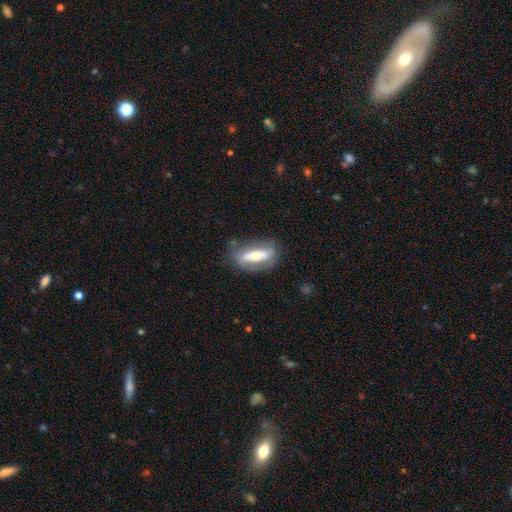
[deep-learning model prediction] Smooth or featured? featured or disk (61%)
Edge-on disk? no (72%)
Merging? none (69%)